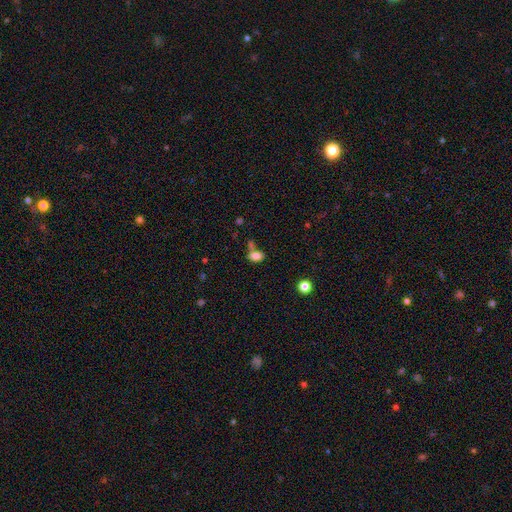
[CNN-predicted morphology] A smooth galaxy with no disk features (82%) that is in between round and cigar-shaped (86%). Merging: none (50%).